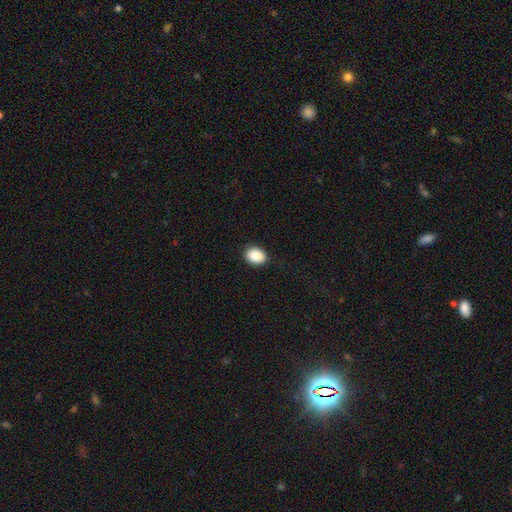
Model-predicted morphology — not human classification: smooth_or_featured: smooth (p=0.88) [alt: star or artifact p=0.08]
how_rounded: in between (p=0.64) [alt: round p=0.35]
merging: none (p=0.87) [alt: minor disturbance p=0.10]